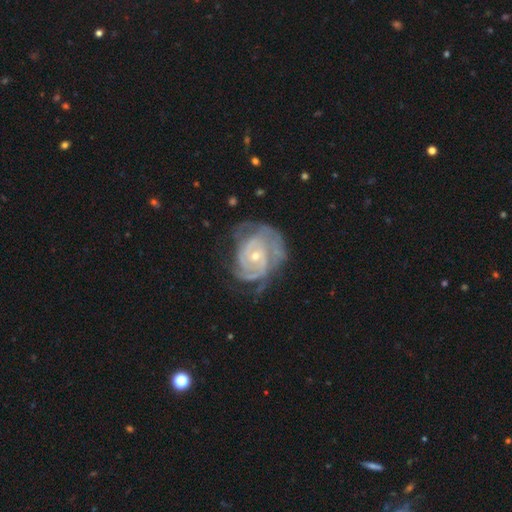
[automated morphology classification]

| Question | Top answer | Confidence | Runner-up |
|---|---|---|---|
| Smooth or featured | featured or disk | 88% | smooth (7%) |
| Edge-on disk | no | 98% | yes (2%) |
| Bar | no | 65% | weak (28%) |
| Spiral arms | yes | 96% | no (4%) |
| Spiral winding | tight | 69% | medium (26%) |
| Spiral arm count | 2 | 29% | 3 (26%) |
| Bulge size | small | 60% | moderate (36%) |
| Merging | none | 56% | minor disturbance (24%) |